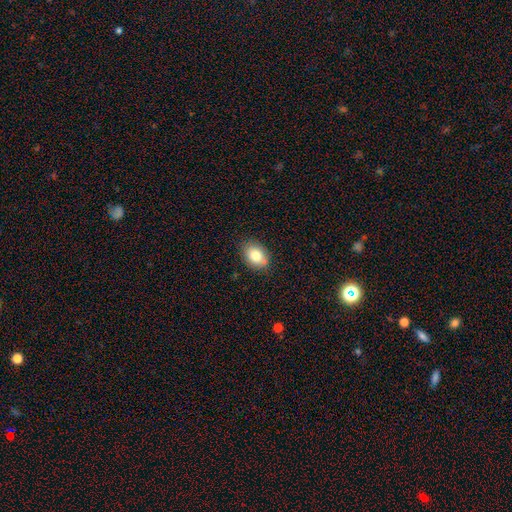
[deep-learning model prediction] smooth-or-featured: smooth: 81% | featured or disk: 10% | star or artifact: 9%
  how-rounded: in between: 74% | round: 25% | cigar-shaped: 1%
  merging: none: 80% | minor disturbance: 14% | merger: 3% | major disturbance: 3%